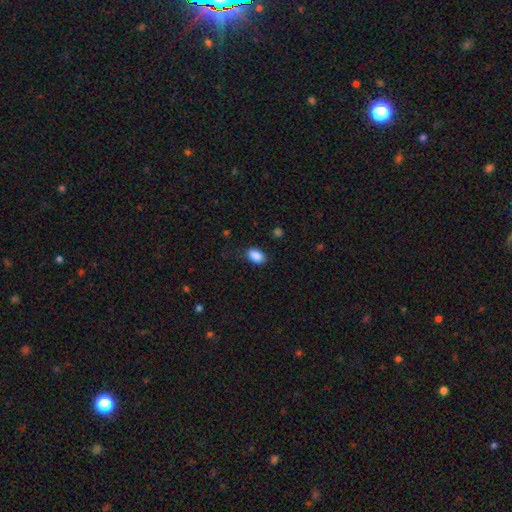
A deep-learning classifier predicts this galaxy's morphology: smooth-or-featured: smooth: 89% | star or artifact: 8% | featured or disk: 3%
  how-rounded: in between: 91% | round: 7% | cigar-shaped: 2%
  merging: none: 82% | minor disturbance: 14% | major disturbance: 3% | merger: 1%